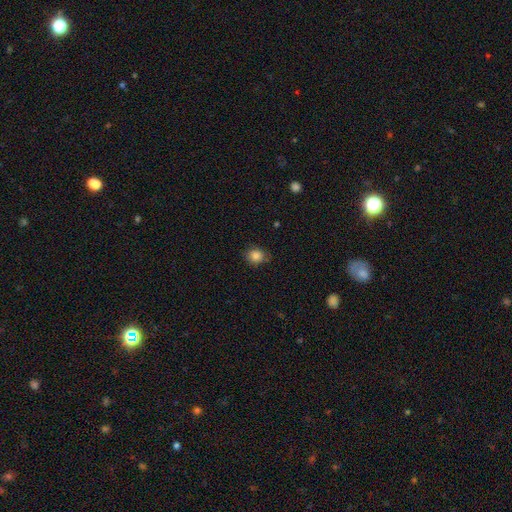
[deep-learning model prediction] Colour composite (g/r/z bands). It shows a smooth galaxy with no disk features (85%) that is round (72%). Merging: none (80%).